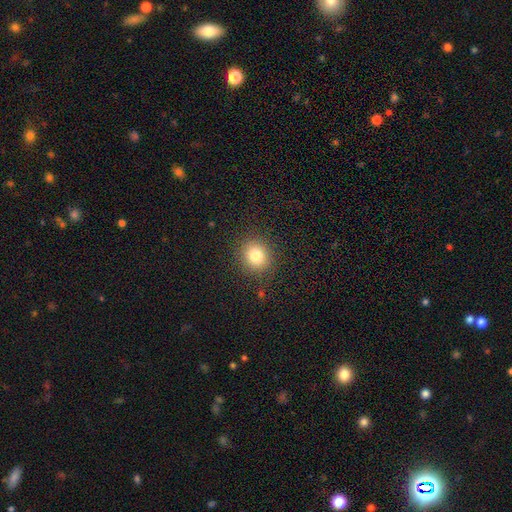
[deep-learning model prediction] smooth 80%, star or artifact 12%, featured or disk 8%. Down the decision tree: how rounded — round (82%); merging — none (88%).